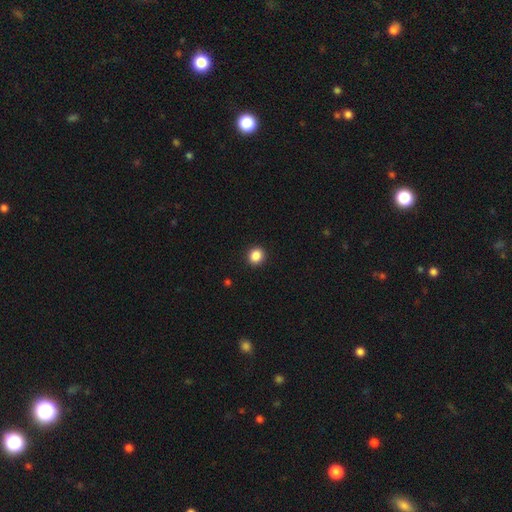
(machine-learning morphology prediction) A smooth galaxy with no disk features (87%) that is round (86%).

Vote fractions:
- Smooth or featured? smooth: 87% / star or artifact: 10% / featured or disk: 3%
- How rounded? round: 86% / in between: 13% / cigar-shaped: 1%
- Merging? none: 93% / minor disturbance: 5% / major disturbance: 2% / merger: 1%